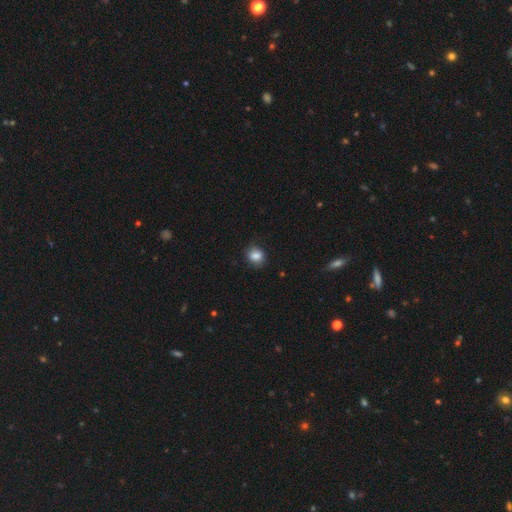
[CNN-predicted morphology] A smooth galaxy with no disk features (83%) that is round (62%).

Vote fractions:
- Smooth or featured? smooth: 83% / star or artifact: 10% / featured or disk: 7%
- How rounded? round: 62% / in between: 37% / cigar-shaped: 1%
- Merging? none: 78% / minor disturbance: 17% / major disturbance: 4% / merger: 1%